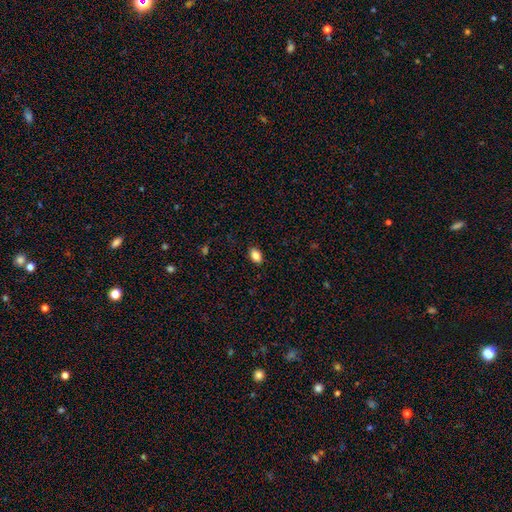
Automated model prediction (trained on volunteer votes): Morphology: type=smooth (86%); roundness=in between (88%); merging=none (88%).